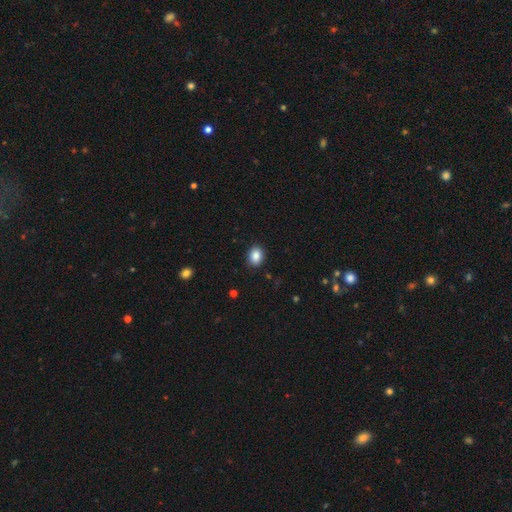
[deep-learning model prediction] This appears to be a smooth galaxy with no disk features (87%) that is in between round and cigar-shaped (58%). Merging: none (90%).